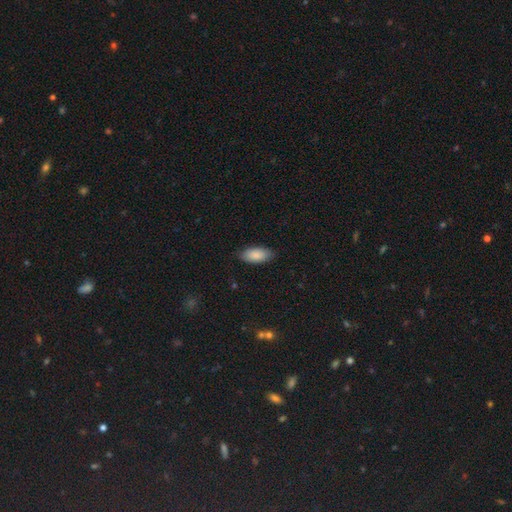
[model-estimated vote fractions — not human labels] Q: Smooth or featured?
A: smooth (88%); runner-up: featured or disk (6%)
Q: How rounded?
A: in between (91%); runner-up: cigar-shaped (7%)
Q: Merging?
A: none (85%); runner-up: minor disturbance (11%)